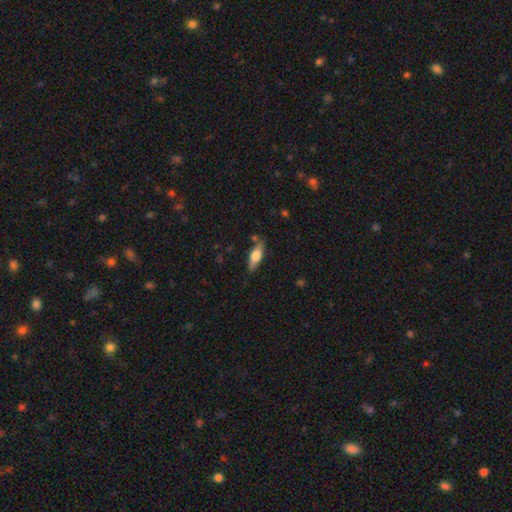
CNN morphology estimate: type=smooth (62%); roundness=in between (55%); merging=none (78%).